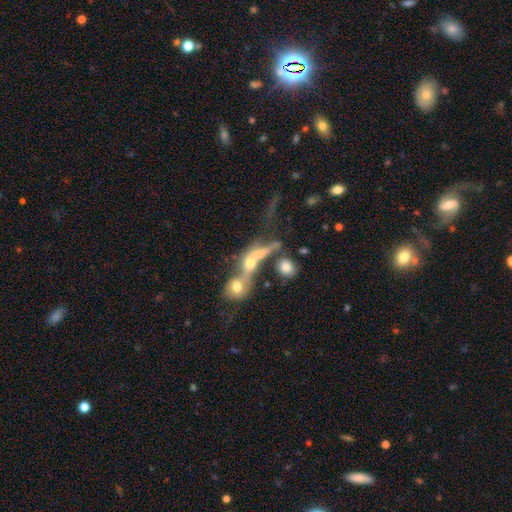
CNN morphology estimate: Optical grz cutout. It shows a featured or disk galaxy (46%). Merging: merger (58%).